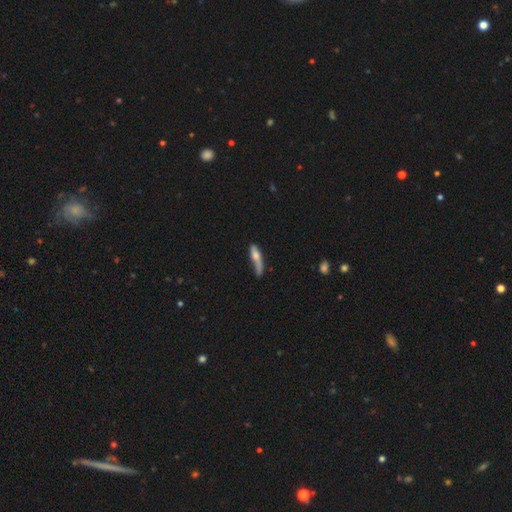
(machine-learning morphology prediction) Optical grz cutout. It shows a smooth galaxy with no disk features (53%) that is cigar-shaped (74%). Merging: none (40%).